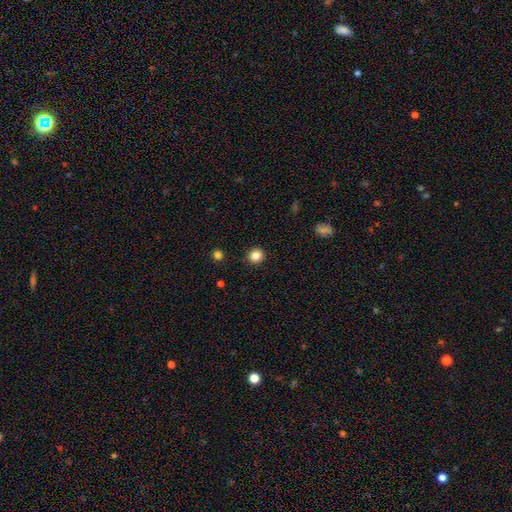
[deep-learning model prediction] Morphology: type=smooth (84%); roundness=round (91%); merging=none (91%).